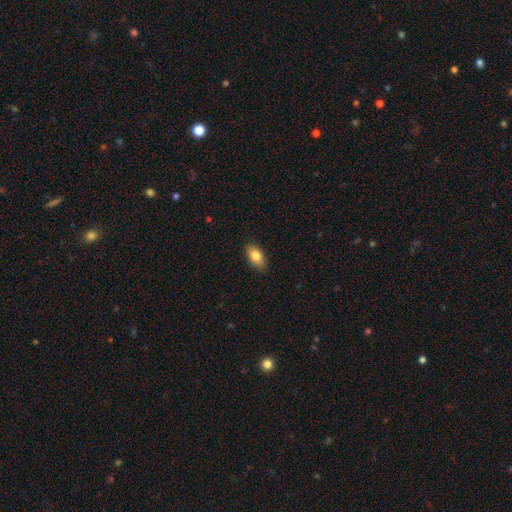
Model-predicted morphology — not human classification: smooth-or-featured: smooth: 83% | featured or disk: 10% | star or artifact: 7%
  how-rounded: in between: 90% | round: 5% | cigar-shaped: 4%
  merging: none: 86% | minor disturbance: 11% | major disturbance: 2% | merger: 1%